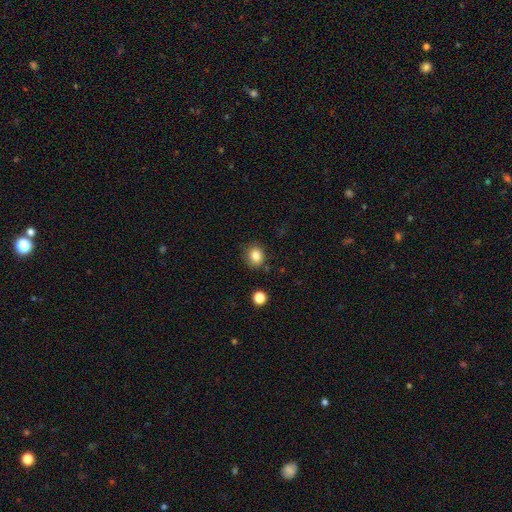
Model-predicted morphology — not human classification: This appears to be a smooth galaxy with no disk features (83%) that is round (73%). Merging: none (83%).